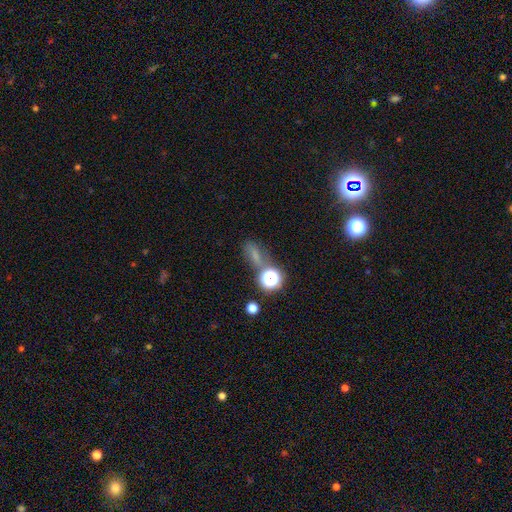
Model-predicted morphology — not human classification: smooth_or_featured: smooth (p=0.53) [alt: star or artifact p=0.33]
how_rounded: in between (p=0.57) [alt: round p=0.34]
merging: none (p=0.52) [alt: minor disturbance p=0.18]